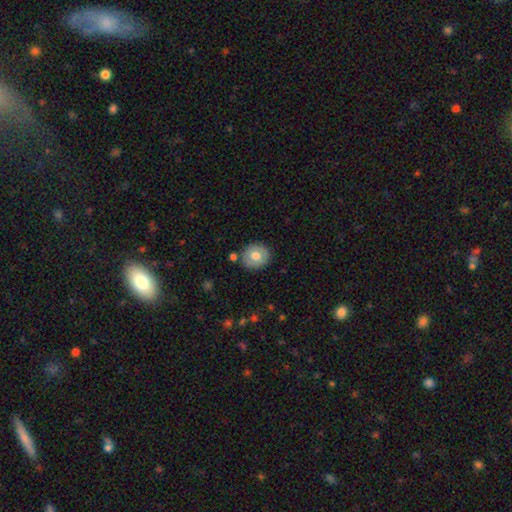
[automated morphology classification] Smooth or featured? smooth (70%)
How rounded? round (82%)
Merging? none (84%)